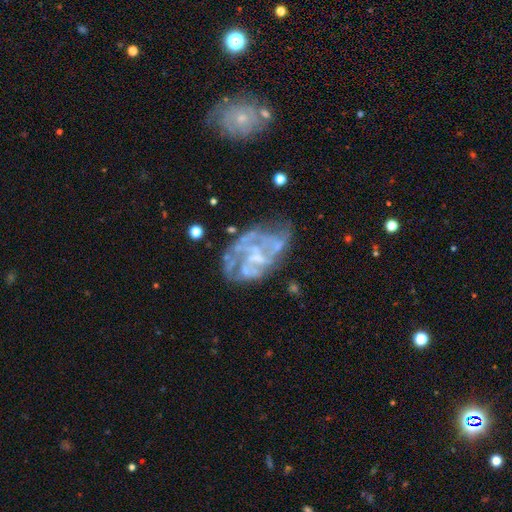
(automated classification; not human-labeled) Smooth or featured? featured or disk (81%)
Edge-on disk? no (98%)
Bar? no (63%)
Spiral arms? yes (63%)
Spiral winding? tight (42%)
Spiral arm count? can't tell (46%)
Bulge size? none (50%)
Merging? none (45%)